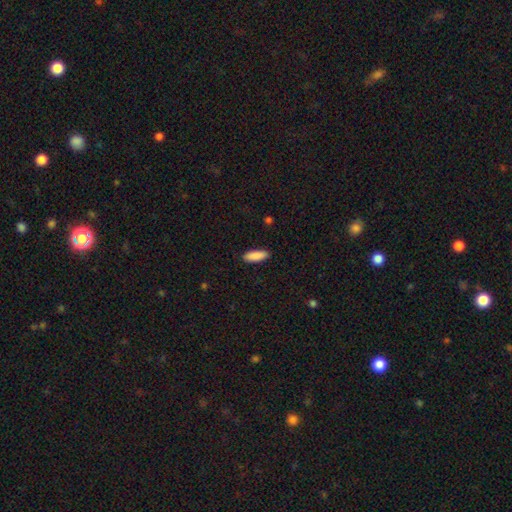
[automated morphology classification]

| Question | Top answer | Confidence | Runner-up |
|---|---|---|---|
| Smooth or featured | smooth | 90% | star or artifact (6%) |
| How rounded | in between | 67% | cigar-shaped (31%) |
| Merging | none | 89% | minor disturbance (8%) |